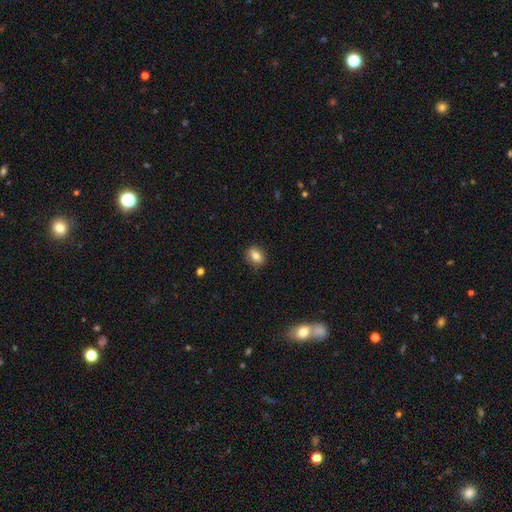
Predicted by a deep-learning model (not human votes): Smooth or featured?
  - smooth: 80% *
  - featured or disk: 11%
  - star or artifact: 9%
How rounded?
  - in between: 62% *
  - round: 36%
  - cigar-shaped: 2%
Merging?
  - none: 86% *
  - minor disturbance: 11%
  - major disturbance: 2%
  - merger: 1%